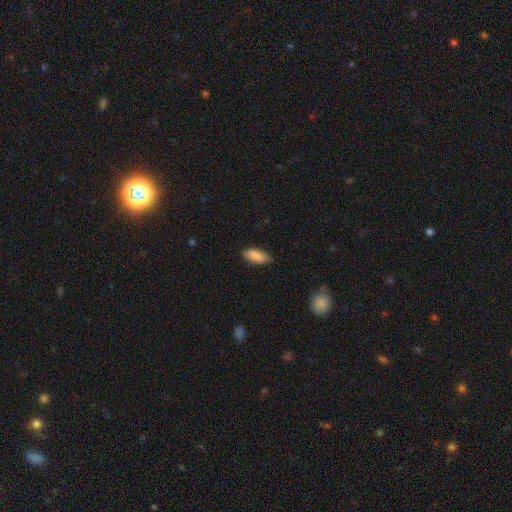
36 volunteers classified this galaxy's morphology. smooth-or-featured: smooth: 89% | featured or disk: 8% | star or artifact: 3%
  how-rounded: in between: 84% | cigar-shaped: 16% | round: 0%
  merging: none: 74% | minor disturbance: 26% | major disturbance: 0% | merger: 0%